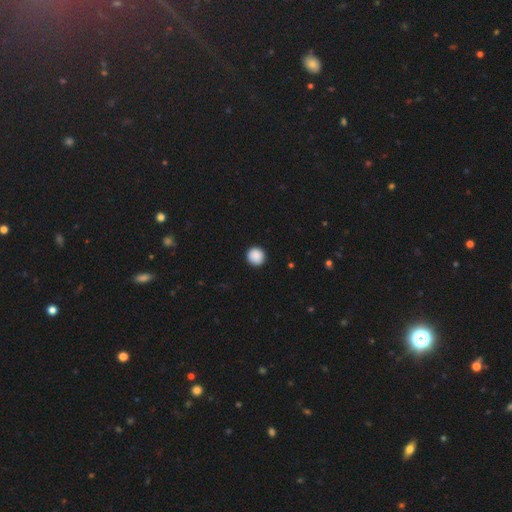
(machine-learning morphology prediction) This appears to be a smooth galaxy with no disk features (89%) that is round (95%). Merging: none (93%).